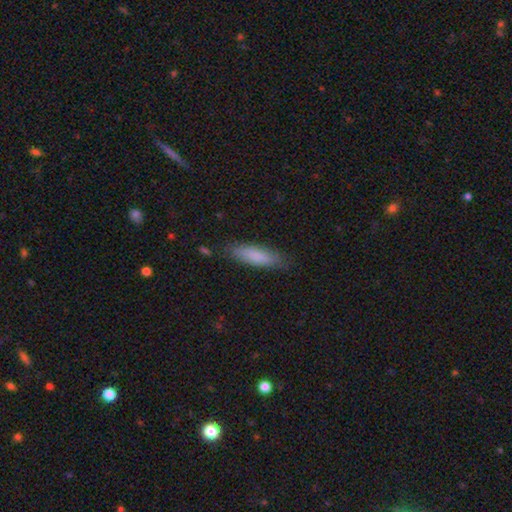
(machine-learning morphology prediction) smooth 84%, featured or disk 10%, star or artifact 6%. Down the decision tree: how rounded — cigar-shaped (61%); merging — none (83%).